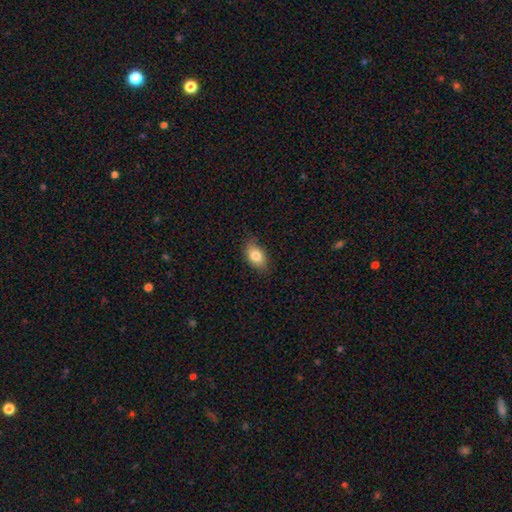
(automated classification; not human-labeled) Morphology: type=smooth (81%); roundness=in between (88%); merging=none (81%).